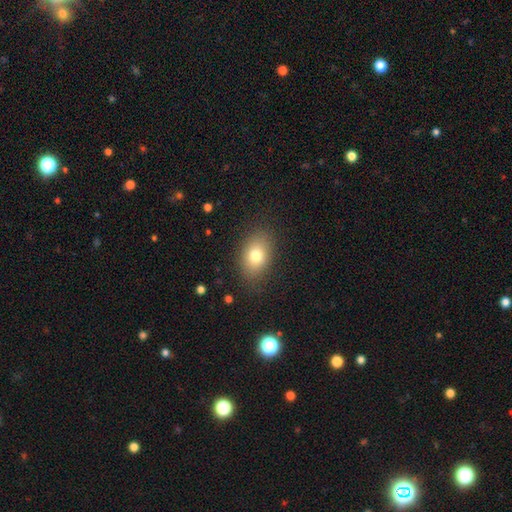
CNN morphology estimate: A smooth galaxy with no disk features (77%) that is in between round and cigar-shaped (79%). Merging: none (84%).